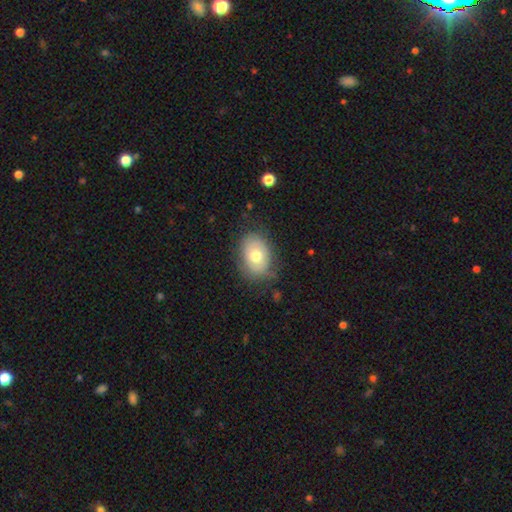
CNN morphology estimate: This appears to be a smooth galaxy with no disk features (66%) that is in between round and cigar-shaped (74%). Merging: none (72%).